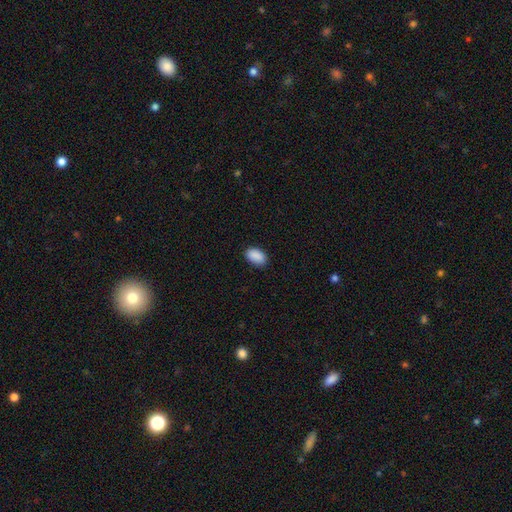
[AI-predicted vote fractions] Smooth or featured?
  - smooth: 90% *
  - star or artifact: 7%
  - featured or disk: 3%
How rounded?
  - in between: 92% *
  - round: 7%
  - cigar-shaped: 1%
Merging?
  - none: 87% *
  - minor disturbance: 10%
  - major disturbance: 2%
  - merger: 1%